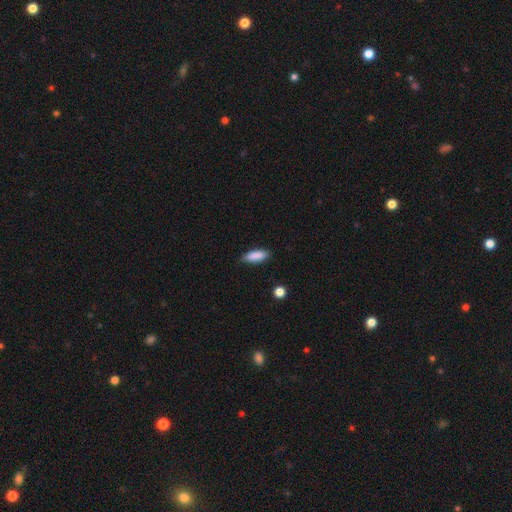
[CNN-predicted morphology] smooth_or_featured: smooth (p=0.88) [alt: star or artifact p=0.07]
how_rounded: in between (p=0.62) [alt: cigar-shaped p=0.36]
merging: none (p=0.84) [alt: minor disturbance p=0.13]